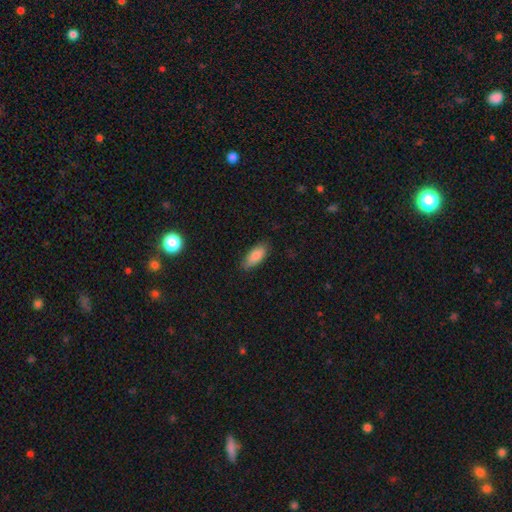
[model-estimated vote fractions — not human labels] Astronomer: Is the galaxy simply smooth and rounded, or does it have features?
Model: smooth — 86%.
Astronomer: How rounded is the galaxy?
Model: in between — 83%.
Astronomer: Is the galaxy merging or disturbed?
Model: none — 81%.